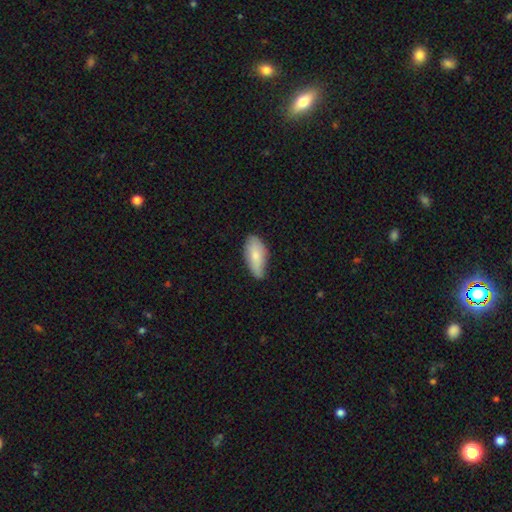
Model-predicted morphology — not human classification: Smooth or featured?
  - smooth: 78% *
  - featured or disk: 16%
  - star or artifact: 6%
How rounded?
  - in between: 89% *
  - cigar-shaped: 8%
  - round: 2%
Merging?
  - none: 64% *
  - minor disturbance: 30%
  - major disturbance: 5%
  - merger: 1%